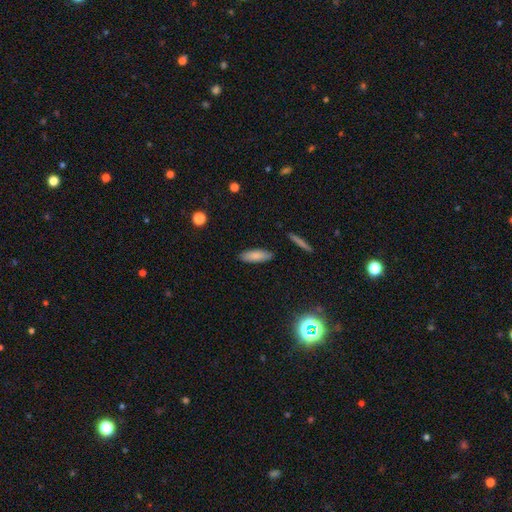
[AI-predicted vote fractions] This is clearly a smooth galaxy (82%). How rounded: possibly in between (58%). Merging: clearly none (86%).